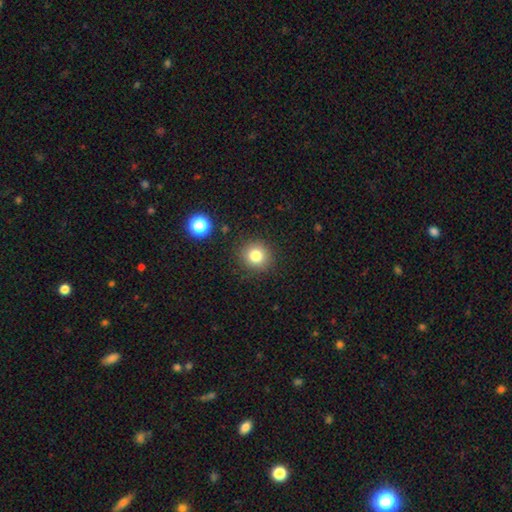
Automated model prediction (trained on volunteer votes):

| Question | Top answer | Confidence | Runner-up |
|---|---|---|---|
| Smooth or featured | smooth | 80% | star or artifact (13%) |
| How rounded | round | 90% | in between (9%) |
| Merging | none | 88% | minor disturbance (8%) |